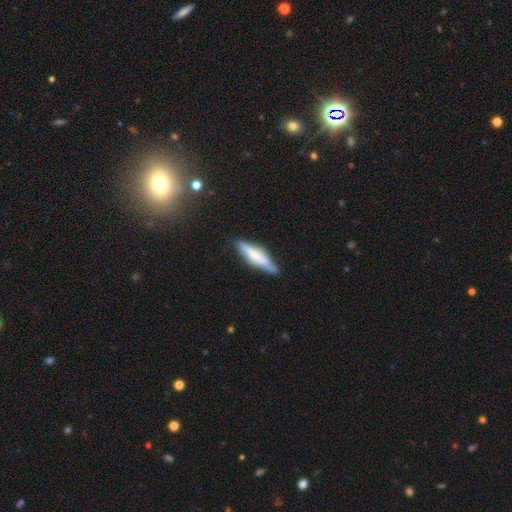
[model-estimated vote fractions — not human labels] Smooth or featured? Predicted: smooth (p=0.50). How rounded? Predicted: cigar-shaped (p=0.73). Merging? Predicted: none (p=0.73).